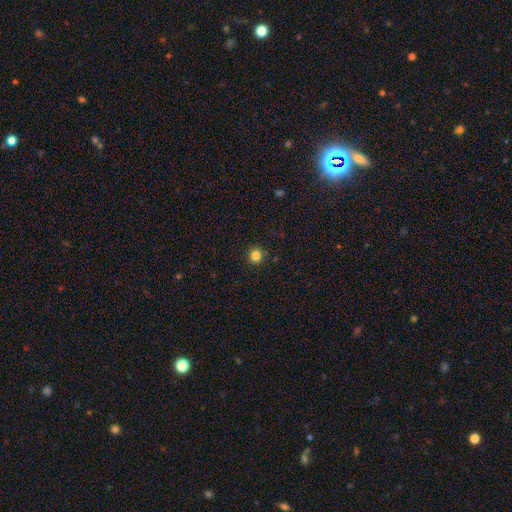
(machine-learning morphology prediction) Q: Smooth or featured?
A: smooth (83%); runner-up: star or artifact (13%)
Q: How rounded?
A: round (94%); runner-up: in between (5%)
Q: Merging?
A: none (91%); runner-up: minor disturbance (6%)